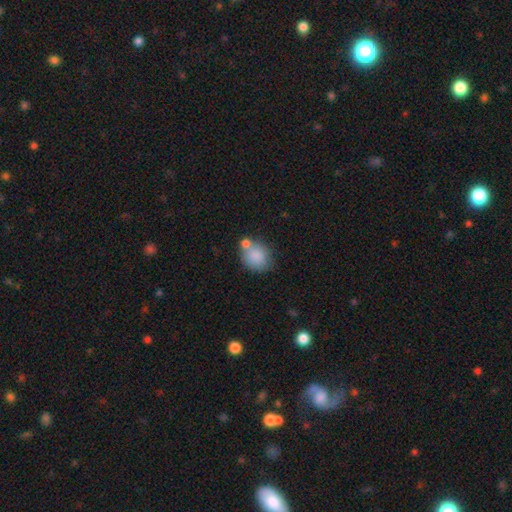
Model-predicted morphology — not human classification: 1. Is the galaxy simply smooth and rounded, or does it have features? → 84% smooth, 8% featured or disk, 8% star or artifact.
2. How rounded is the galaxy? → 62% round, 36% in between, 1% cigar-shaped.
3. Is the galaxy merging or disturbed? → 54% none, 25% merger, 16% minor disturbance, 5% major disturbance.